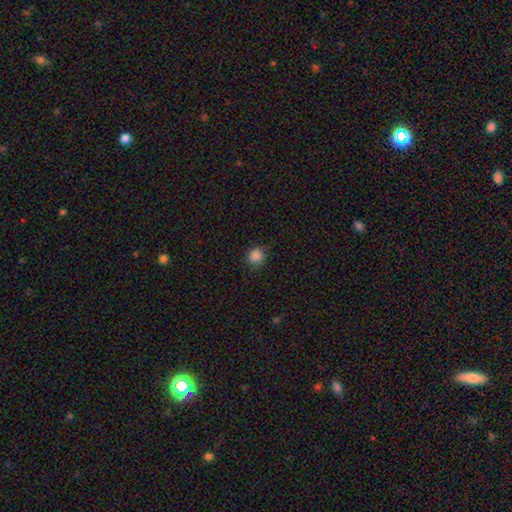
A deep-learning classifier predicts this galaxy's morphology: This appears to be a smooth galaxy with no disk features (85%) that is round (87%). Merging: none (83%).